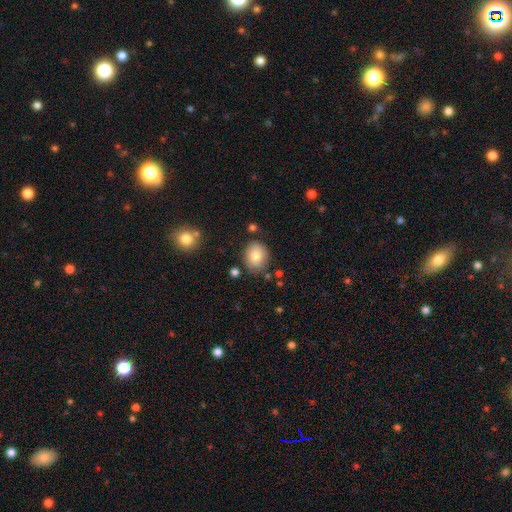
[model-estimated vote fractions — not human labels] A smooth galaxy with no disk features (86%) that is round (53%).

Vote fractions:
- Smooth or featured? smooth: 86% / star or artifact: 8% / featured or disk: 6%
- How rounded? round: 53% / in between: 46% / cigar-shaped: 1%
- Merging? none: 79% / minor disturbance: 14% / major disturbance: 4% / merger: 4%